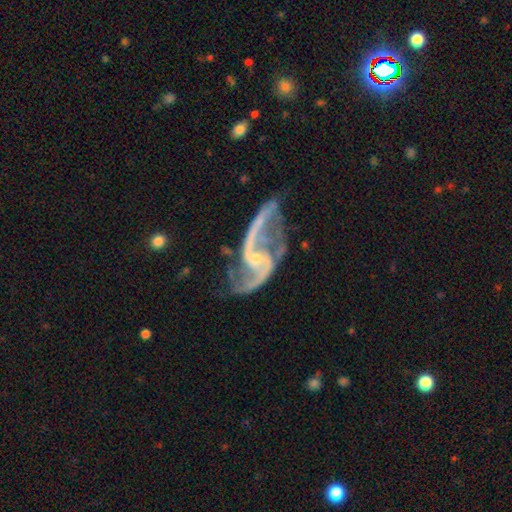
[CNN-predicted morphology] This appears to be a featured or disk galaxy (92%) with no bar (42%), 2 (89%) loose (64%) spiral arms (97%) and a small central bulge (71%). Merging: none (50%).